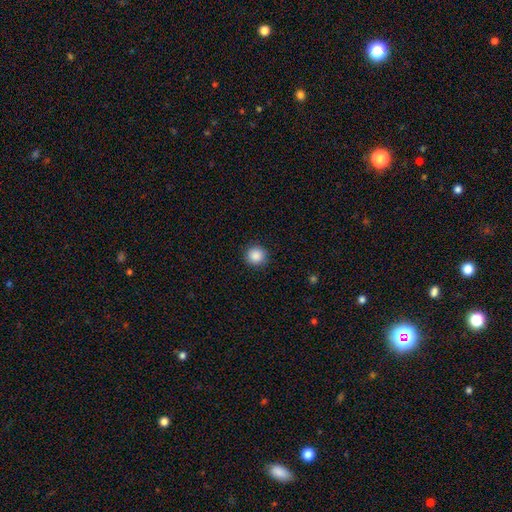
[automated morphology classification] Overall: smooth (88%). How rounded: round (94%). Merging: none (91%).